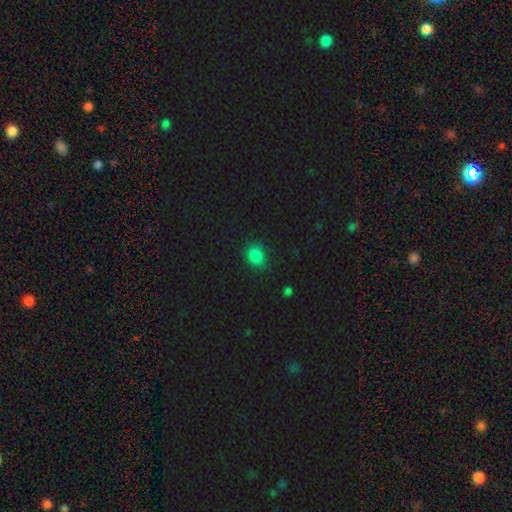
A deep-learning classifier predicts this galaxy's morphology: Overall: smooth (84%). How rounded: round (52%; in between 47%). Merging: none (84%).